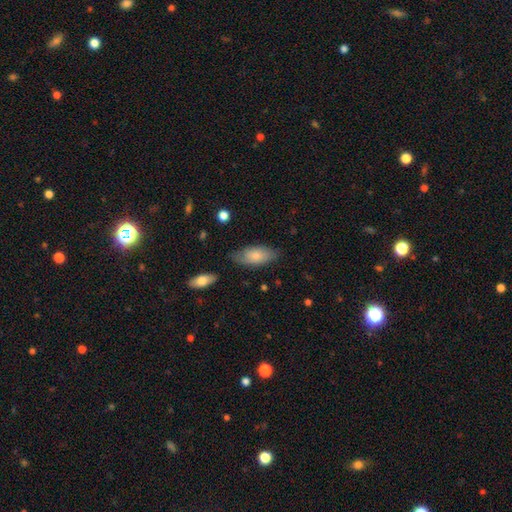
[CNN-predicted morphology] The model was most divided on "merging": none: 72%, minor disturbance: 21%, major disturbance: 4%, merger: 2%. More confident: how rounded — in between (88%); smooth or featured — smooth (77%).